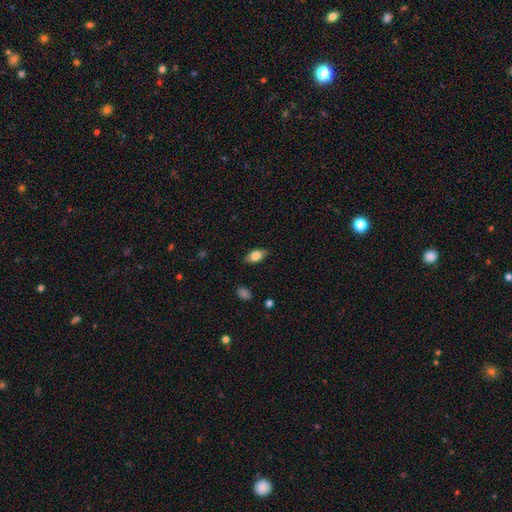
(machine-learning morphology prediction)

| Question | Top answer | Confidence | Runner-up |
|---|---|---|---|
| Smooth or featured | smooth | 81% | featured or disk (12%) |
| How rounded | in between | 91% | round (5%) |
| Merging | none | 86% | minor disturbance (11%) |